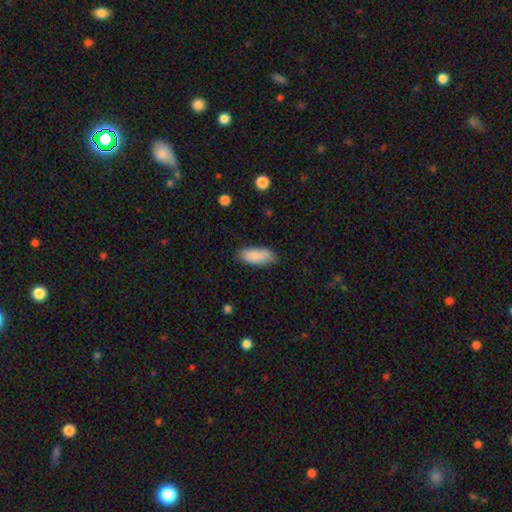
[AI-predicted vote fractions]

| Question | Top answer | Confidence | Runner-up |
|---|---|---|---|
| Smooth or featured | smooth | 88% | star or artifact (6%) |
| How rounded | in between | 81% | cigar-shaped (18%) |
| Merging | none | 79% | minor disturbance (16%) |